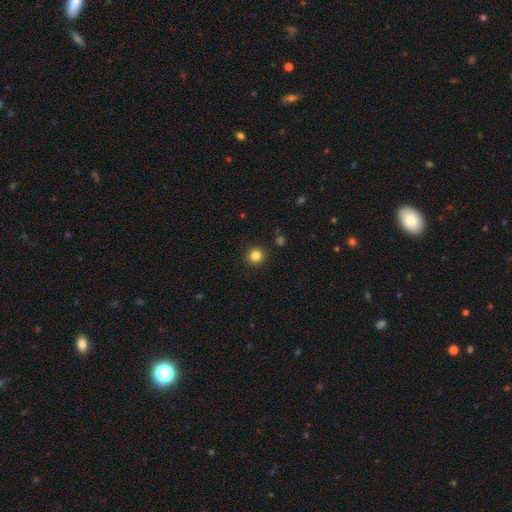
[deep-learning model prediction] Q: Smooth or featured?
A: smooth (83%); runner-up: star or artifact (12%)
Q: How rounded?
A: round (94%); runner-up: in between (5%)
Q: Merging?
A: none (92%); runner-up: minor disturbance (5%)